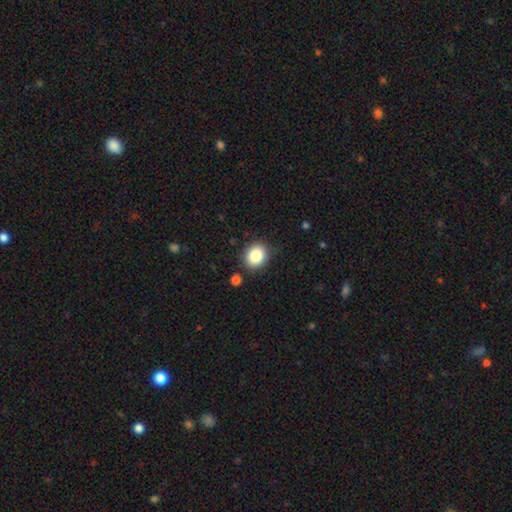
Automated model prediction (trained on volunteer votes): Q: Smooth or featured?
A: smooth (86%); runner-up: star or artifact (9%)
Q: How rounded?
A: round (57%); runner-up: in between (42%)
Q: Merging?
A: none (86%); runner-up: minor disturbance (9%)